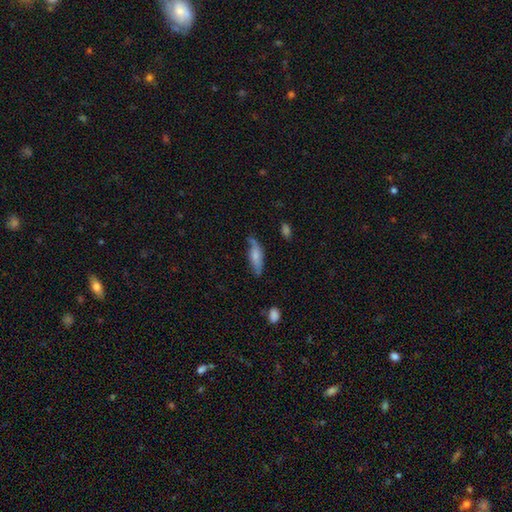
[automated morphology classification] Smooth or featured?
  - smooth: 62% *
  - featured or disk: 31%
  - star or artifact: 7%
How rounded?
  - in between: 57% *
  - cigar-shaped: 41%
  - round: 2%
Merging?
  - none: 53% *
  - minor disturbance: 32%
  - major disturbance: 11%
  - merger: 3%